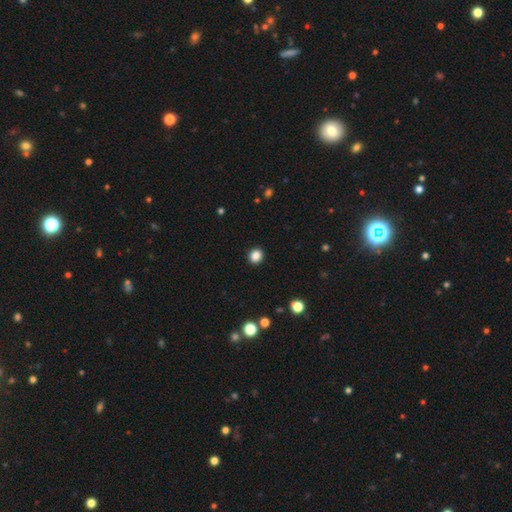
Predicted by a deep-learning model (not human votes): smooth-or-featured: smooth: 86% | star or artifact: 11% | featured or disk: 3%
  how-rounded: round: 79% | in between: 20% | cigar-shaped: 1%
  merging: none: 92% | minor disturbance: 5% | major disturbance: 2% | merger: 1%